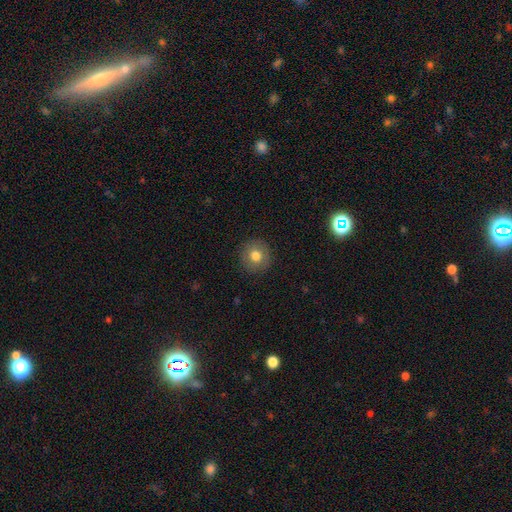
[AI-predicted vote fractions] smooth_or_featured: smooth (p=0.76) [alt: featured or disk p=0.15]
how_rounded: round (p=0.93) [alt: in between p=0.06]
merging: none (p=0.90) [alt: minor disturbance p=0.06]